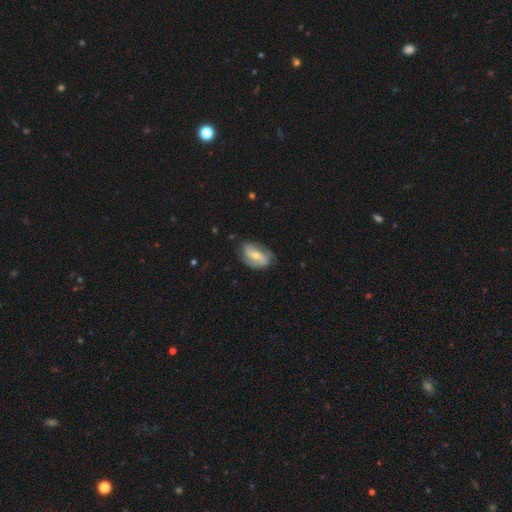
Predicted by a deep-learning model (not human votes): A featured or disk galaxy (72%) with no bar (40%), 2 (82%) loose (39%) spiral arms (89%) and a moderate central bulge (52%).

Vote fractions:
- Smooth or featured? featured or disk: 72% / smooth: 22% / star or artifact: 6%
- Edge-on disk? no: 96% / yes: 4%
- Bar? no: 40% / weak: 39% / strong: 21%
- Spiral arms? yes: 89% / no: 11%
- Spiral winding? loose: 39% / medium: 38% / tight: 22%
- Spiral arm count? 2: 82% / can't tell: 9% / 3: 4% / 1: 3% / 4: 1% / more than 4: 1%
- Bulge size? moderate: 52% / small: 44% / large: 2% / none: 2% / dominant: 1%
- Merging? none: 73% / minor disturbance: 19% / major disturbance: 6% / merger: 1%